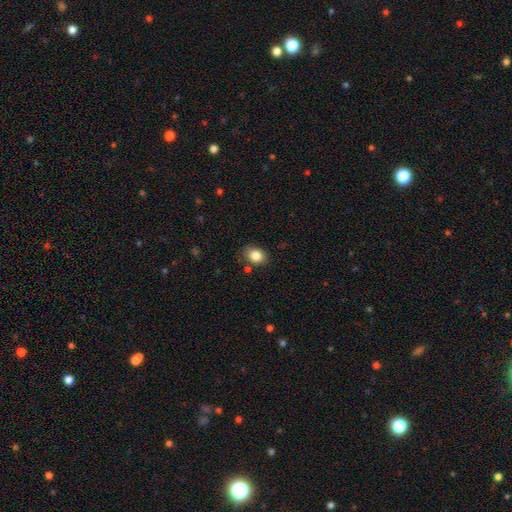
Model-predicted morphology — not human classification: type=smooth (84%); roundness=in between (57%); merging=none (79%).